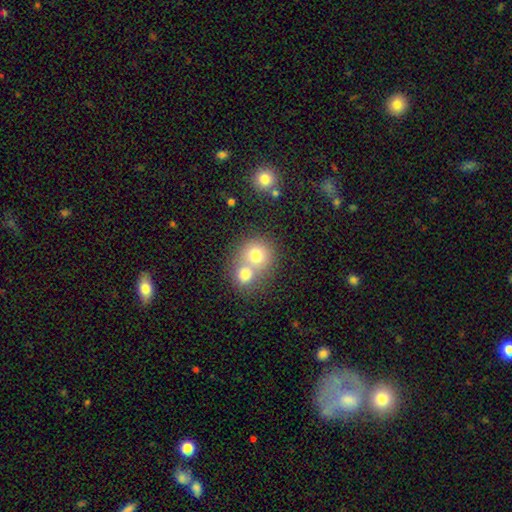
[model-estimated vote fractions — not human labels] A smooth galaxy with no disk features (73%) that is round (83%). Merging: merger (56%).